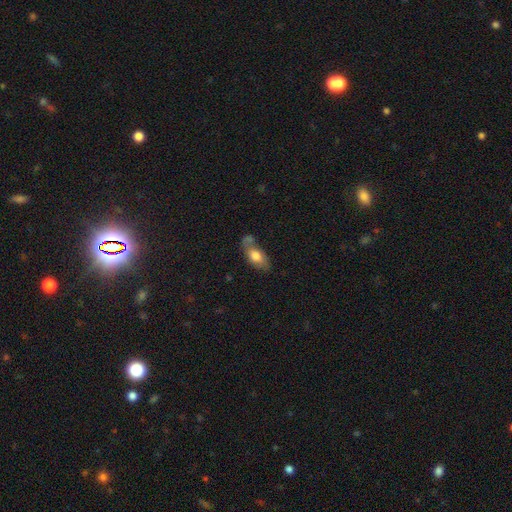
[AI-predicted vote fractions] A smooth galaxy with no disk features (72%) that is in between round and cigar-shaped (88%).

Vote fractions:
- Smooth or featured? smooth: 72% / featured or disk: 21% / star or artifact: 7%
- How rounded? in between: 88% / cigar-shaped: 7% / round: 6%
- Merging? none: 45% / minor disturbance: 23% / merger: 22% / major disturbance: 10%